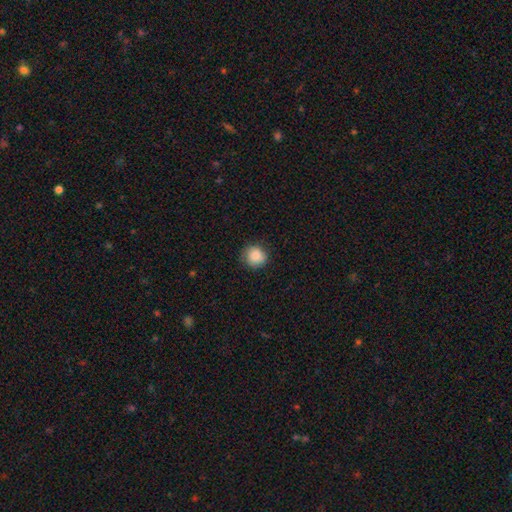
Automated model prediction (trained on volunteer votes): A smooth galaxy with no disk features (86%) that is round (89%). Merging: none (83%).